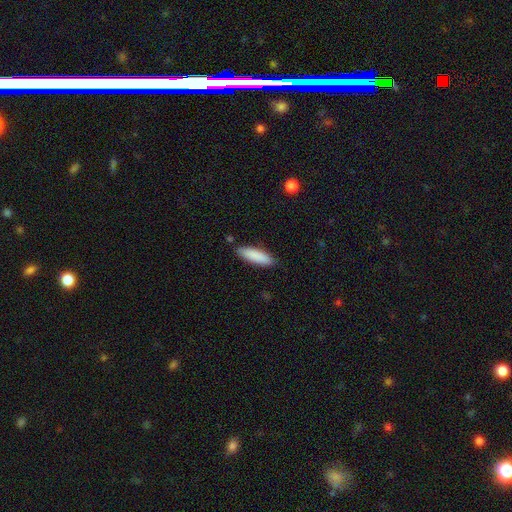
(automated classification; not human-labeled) Smooth or featured? Predicted: smooth (p=0.87). How rounded? Predicted: cigar-shaped (p=0.58). Merging? Predicted: none (p=0.85).